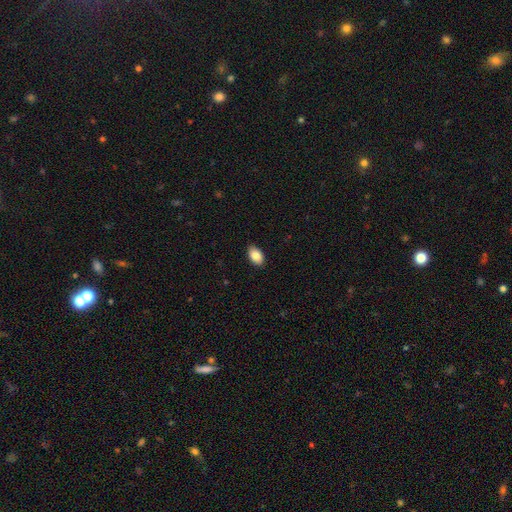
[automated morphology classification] Overall: smooth (86%). How rounded: in between (91%). Merging: none (87%).